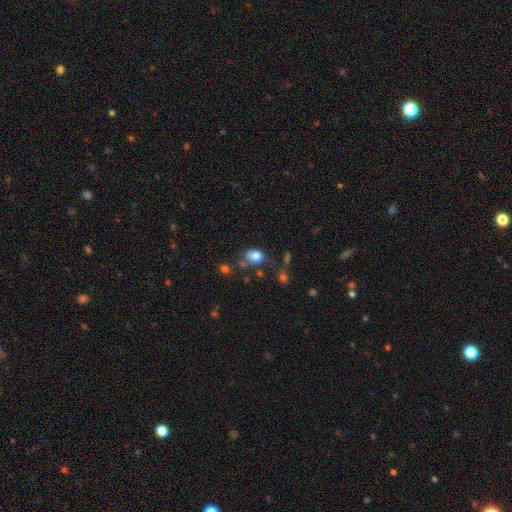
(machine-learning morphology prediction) smooth-or-featured: smooth: 80% | star or artifact: 10% | featured or disk: 10%
  how-rounded: in between: 60% | round: 39% | cigar-shaped: 1%
  merging: none: 53% | minor disturbance: 24% | merger: 12% | major disturbance: 11%